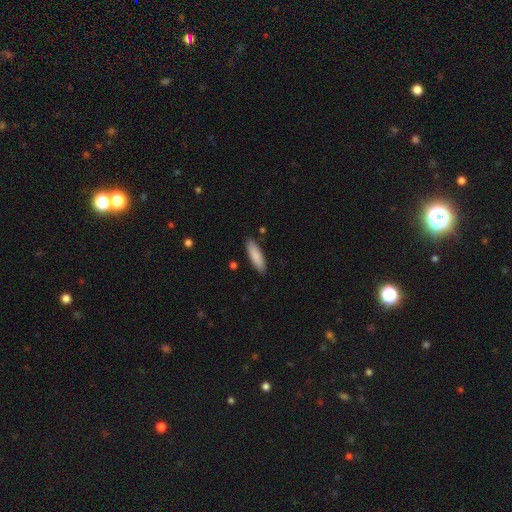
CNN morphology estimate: The model was most divided on "how rounded": cigar-shaped: 59%, in between: 40%, round: 1%. More confident: merging — none (88%); smooth or featured — smooth (86%).